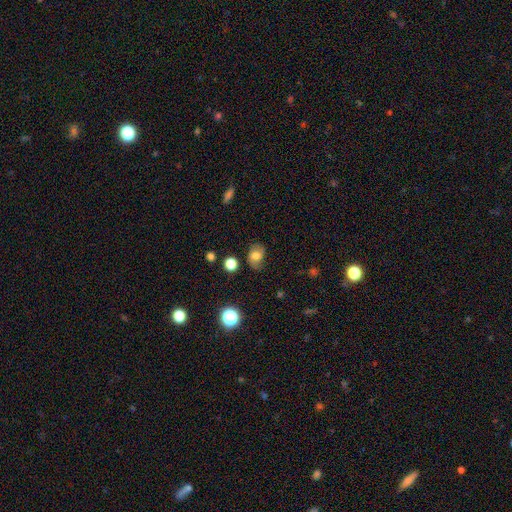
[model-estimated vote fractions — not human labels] smooth_or_featured: smooth (p=0.67) [alt: featured or disk p=0.20]
how_rounded: in between (p=0.66) [alt: round p=0.33]
merging: none (p=0.66) [alt: minor disturbance p=0.25]